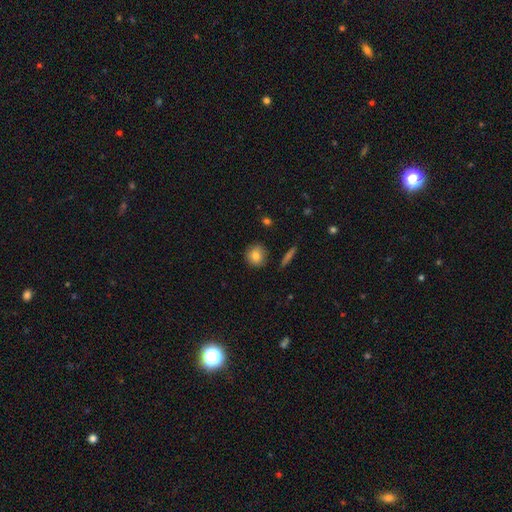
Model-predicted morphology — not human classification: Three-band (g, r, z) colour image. It shows a smooth galaxy with no disk features (81%) that is round (90%). Merging: none (86%).